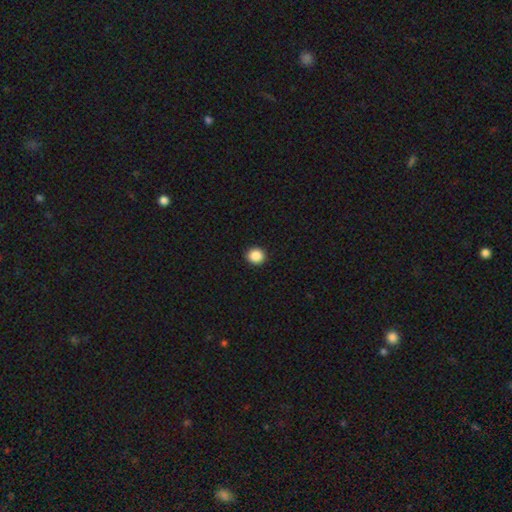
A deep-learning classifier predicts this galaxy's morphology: This appears to be a smooth galaxy with no disk features (87%) that is round (88%). Merging: none (93%).